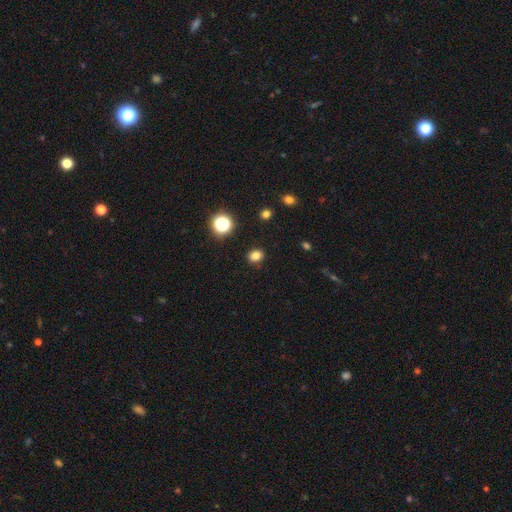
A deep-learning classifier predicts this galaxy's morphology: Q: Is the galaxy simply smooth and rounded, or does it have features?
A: smooth — 80%.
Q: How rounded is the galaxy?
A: round — 62%.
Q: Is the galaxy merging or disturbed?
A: none — 88%.